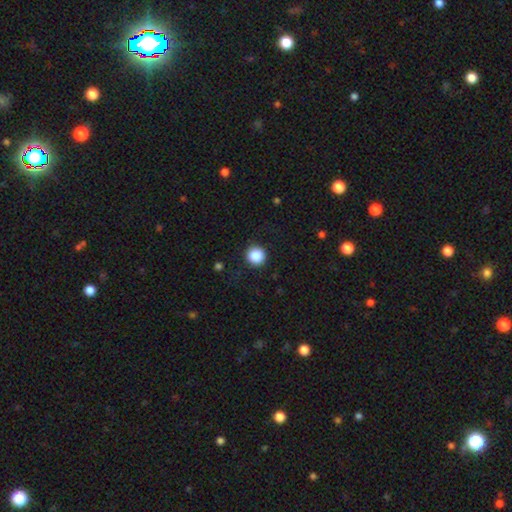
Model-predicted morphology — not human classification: type=smooth (88%); roundness=round (94%); merging=none (89%).